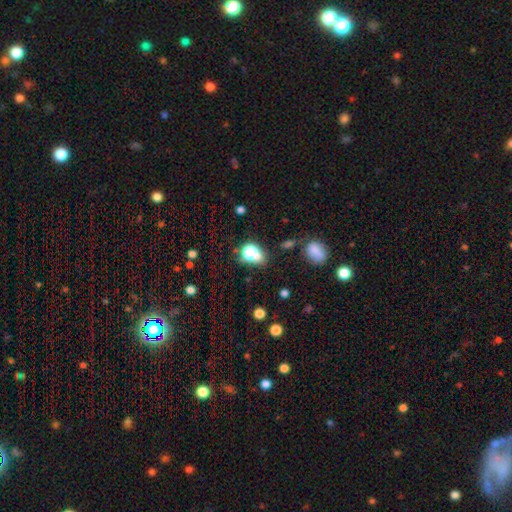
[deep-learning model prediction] This is likely a smooth galaxy (67%). How rounded: possibly in between (58%). Merging: possibly none (50%).